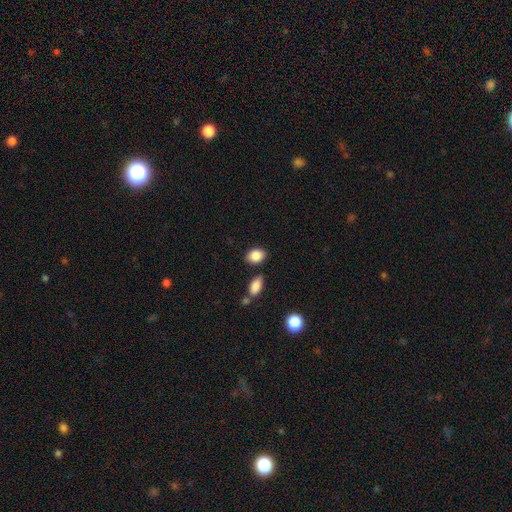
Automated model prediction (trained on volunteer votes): Overall: smooth (86%). How rounded: in between (69%; round 30%). Merging: none (76%).